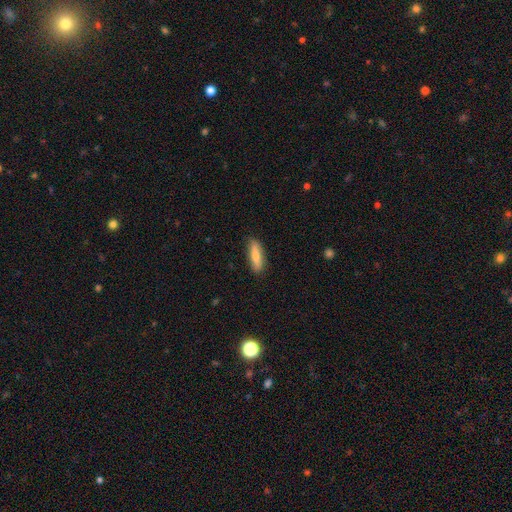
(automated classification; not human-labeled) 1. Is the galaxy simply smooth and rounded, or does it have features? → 75% smooth, 19% featured or disk, 6% star or artifact.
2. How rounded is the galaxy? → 62% cigar-shaped, 36% in between, 2% round.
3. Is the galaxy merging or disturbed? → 86% none, 11% minor disturbance, 2% major disturbance, 1% merger.